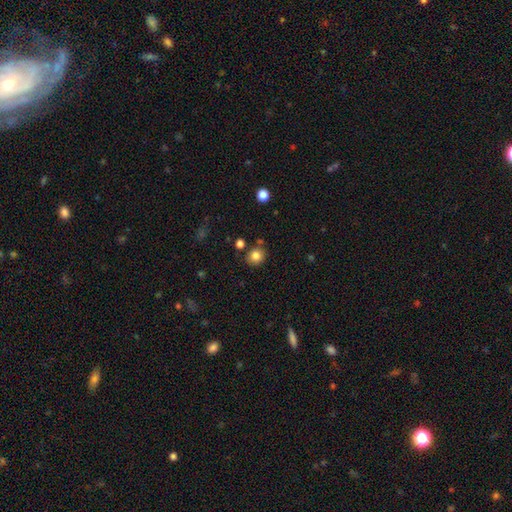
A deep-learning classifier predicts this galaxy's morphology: The model was most divided on "how rounded": round: 83%, in between: 16%, cigar-shaped: 1%. More confident: smooth or featured — smooth (82%); merging — none (81%).